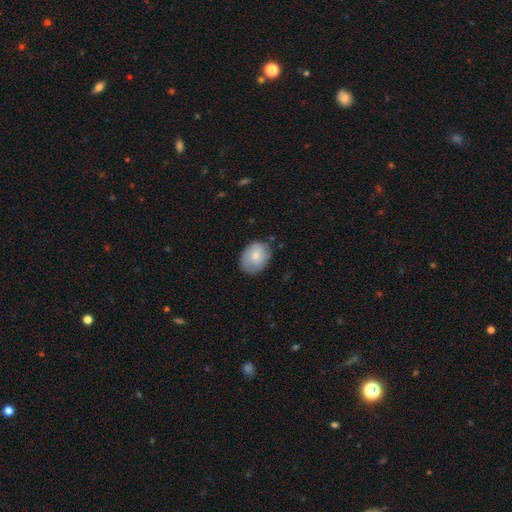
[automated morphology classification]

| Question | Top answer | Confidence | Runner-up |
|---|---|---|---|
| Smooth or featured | smooth | 75% | featured or disk (18%) |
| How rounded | in between | 52% | round (47%) |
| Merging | none | 72% | minor disturbance (22%) |